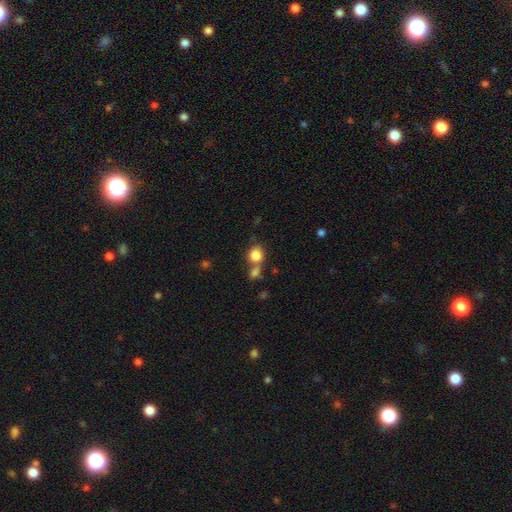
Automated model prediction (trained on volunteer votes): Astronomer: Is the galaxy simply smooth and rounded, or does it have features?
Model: smooth — 83%.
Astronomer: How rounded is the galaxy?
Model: round — 78%.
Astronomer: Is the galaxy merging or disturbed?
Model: none — 52% (runner-up: merger, 34%).